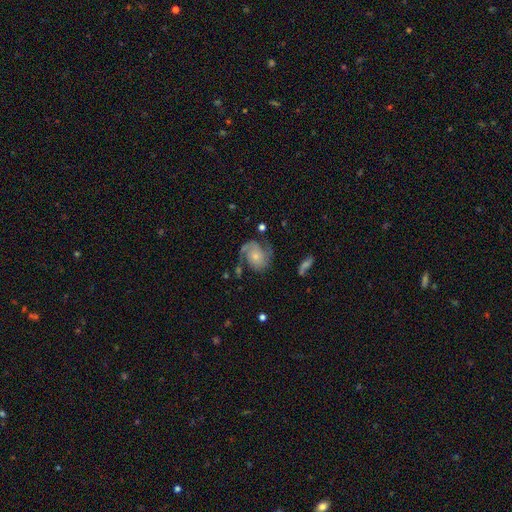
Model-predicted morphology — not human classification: Smooth or featured?
  - featured or disk: 81% *
  - smooth: 13%
  - star or artifact: 6%
Edge-on disk?
  - no: 98% *
  - yes: 2%
Bar?
  - no: 75% *
  - weak: 20%
  - strong: 4%
Spiral arms?
  - yes: 95% *
  - no: 5%
Spiral winding?
  - medium: 45% *
  - tight: 31%
  - loose: 24%
Spiral arm count?
  - 2: 80% *
  - 1: 8%
  - can't tell: 6%
  - 3: 3%
  - 4: 1%
  - more than 4: 1%
Bulge size?
  - small: 56% *
  - moderate: 32%
  - none: 6%
  - large: 4%
  - dominant: 2%
Merging?
  - none: 63% *
  - minor disturbance: 19%
  - major disturbance: 14%
  - merger: 3%